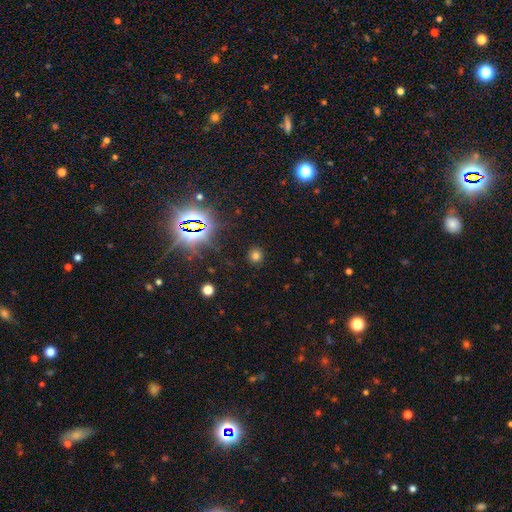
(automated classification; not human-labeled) smooth_or_featured: smooth (p=0.70) [alt: star or artifact p=0.24]
how_rounded: round (p=0.89) [alt: in between p=0.10]
merging: none (p=0.89) [alt: minor disturbance p=0.07]